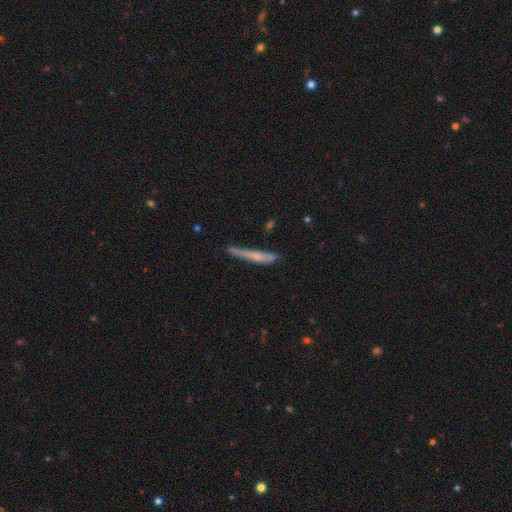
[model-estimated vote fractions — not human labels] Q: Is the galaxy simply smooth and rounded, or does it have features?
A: smooth — 56%.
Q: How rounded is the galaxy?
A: cigar-shaped — 95%.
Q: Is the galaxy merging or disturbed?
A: none — 65%.